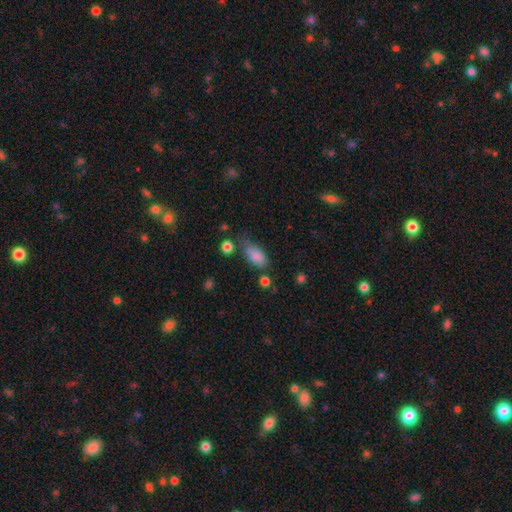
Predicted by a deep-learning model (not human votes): smooth-or-featured: smooth: 85% | star or artifact: 9% | featured or disk: 6%
  how-rounded: in between: 88% | cigar-shaped: 7% | round: 5%
  merging: none: 48% | minor disturbance: 35% | major disturbance: 11% | merger: 6%